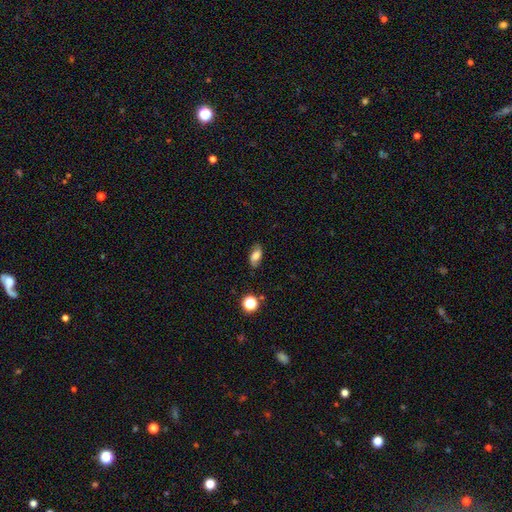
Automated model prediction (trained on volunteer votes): Overall: smooth (65%). How rounded: in between (85%). Merging: none (79%).